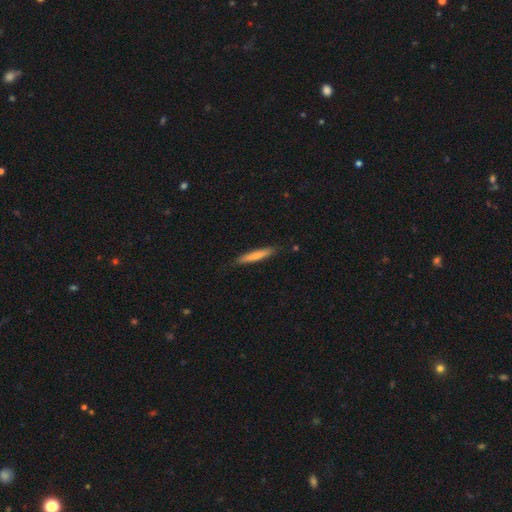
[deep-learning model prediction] A smooth galaxy with no disk features (71%) that is cigar-shaped (92%). Merging: none (87%).